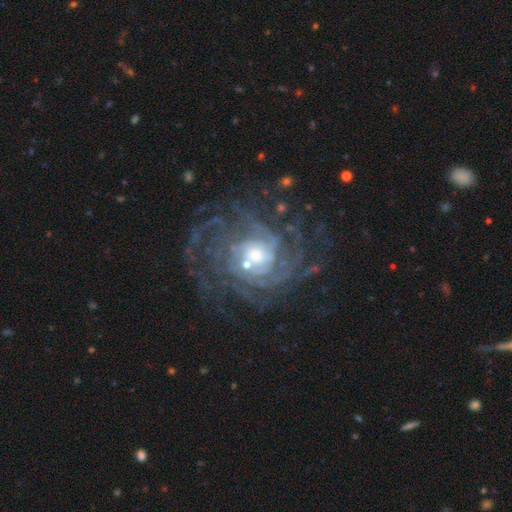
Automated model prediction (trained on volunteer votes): Smooth or featured?
  - featured or disk: 89% *
  - star or artifact: 7%
  - smooth: 4%
Edge-on disk?
  - no: 97% *
  - yes: 3%
Bar?
  - no: 70% *
  - weak: 23%
  - strong: 8%
Spiral arms?
  - yes: 97% *
  - no: 3%
Spiral winding?
  - tight: 63% *
  - medium: 29%
  - loose: 8%
Spiral arm count?
  - can't tell: 25% *
  - more than 4: 23%
  - 4: 19%
  - 3: 13%
  - 2: 11%
  - 1: 9%
Bulge size?
  - moderate: 48% *
  - small: 33%
  - large: 15%
  - none: 2%
  - dominant: 2%
Merging?
  - none: 69% *
  - minor disturbance: 15%
  - major disturbance: 14%
  - merger: 3%